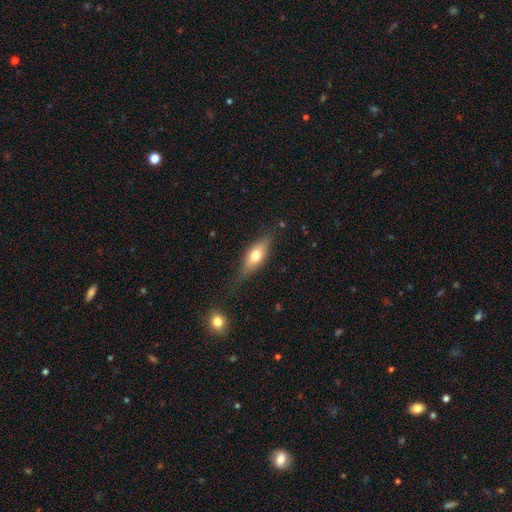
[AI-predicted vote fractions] A smooth galaxy with no disk features (58%) that is in between round and cigar-shaped (60%). Merging: none (71%).